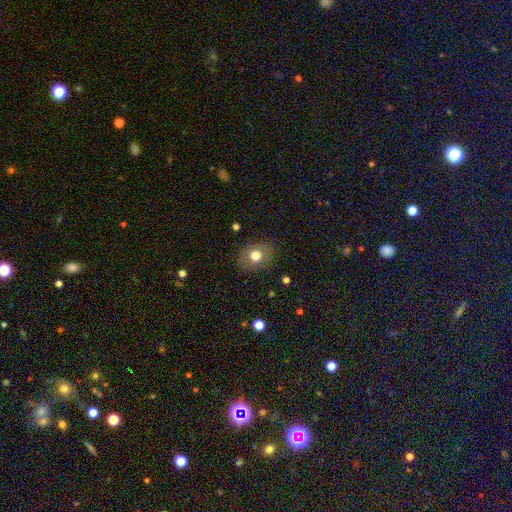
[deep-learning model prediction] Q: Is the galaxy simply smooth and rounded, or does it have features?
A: smooth — 73%.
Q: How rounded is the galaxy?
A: in between — 57%.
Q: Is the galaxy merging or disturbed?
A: none — 84%.